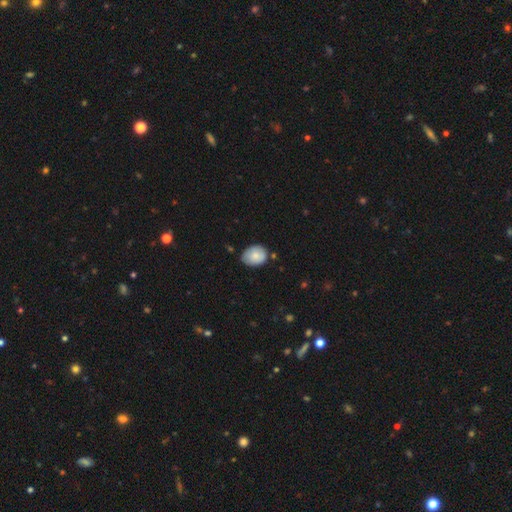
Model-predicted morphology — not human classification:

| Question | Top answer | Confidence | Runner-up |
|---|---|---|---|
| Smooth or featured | smooth | 80% | featured or disk (12%) |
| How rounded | in between | 63% | round (36%) |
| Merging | none | 66% | minor disturbance (27%) |